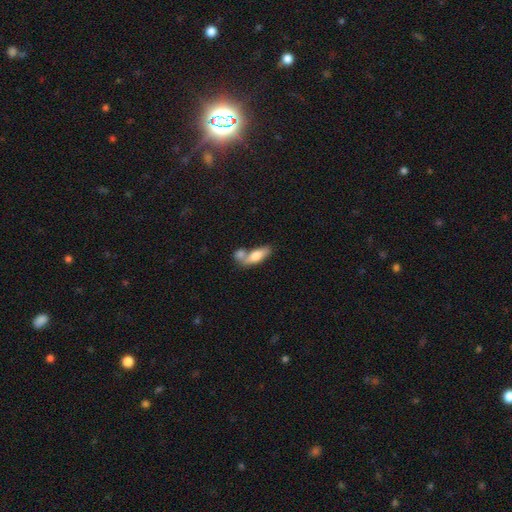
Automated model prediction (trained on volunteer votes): The model was most divided on "merging": merger: 51%, none: 32%, minor disturbance: 11%, major disturbance: 6%. More confident: how rounded — in between (72%); smooth or featured — smooth (71%).